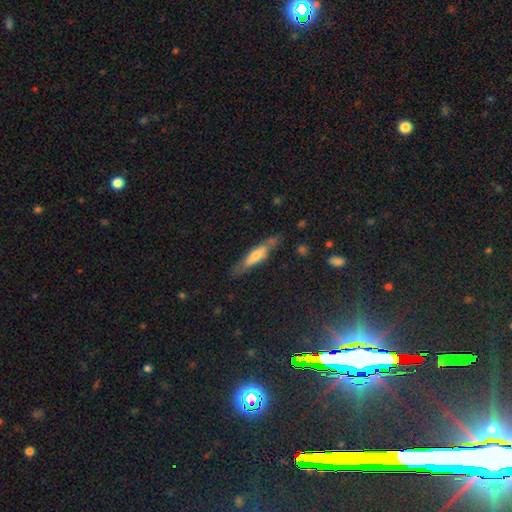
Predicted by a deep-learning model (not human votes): Overall: smooth (47%; featured or disk 46%). Merging: none (70%).